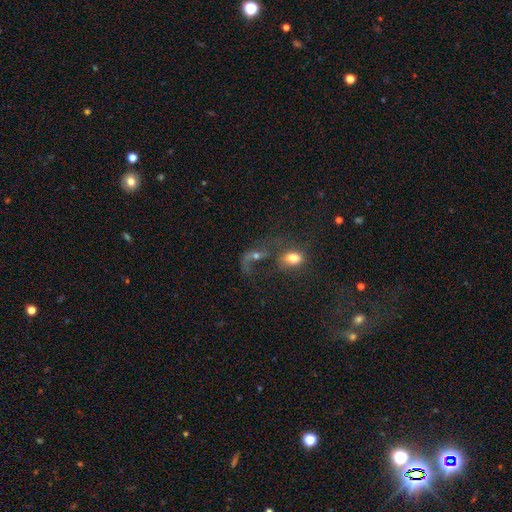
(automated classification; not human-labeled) A smooth galaxy with no disk features (42%). Merging: merger (44%).